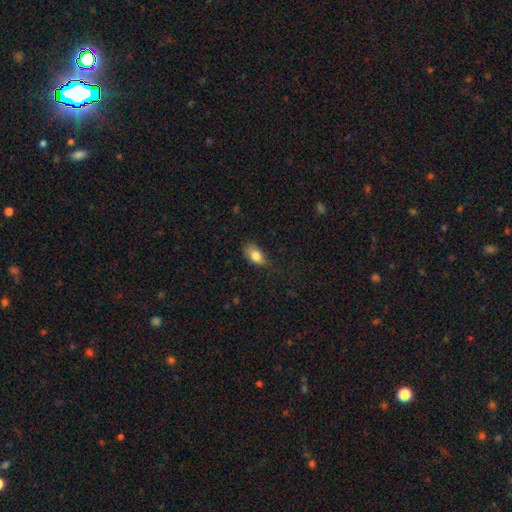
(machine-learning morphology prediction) This appears to be a smooth galaxy with no disk features (83%) that is in between round and cigar-shaped (88%). Merging: none (64%).